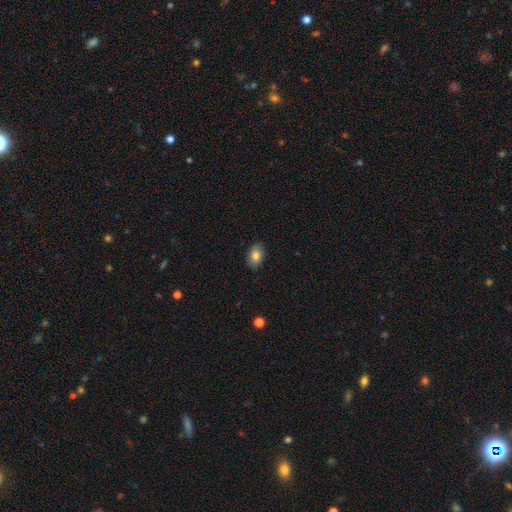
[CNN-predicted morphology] Smooth or featured?
  - smooth: 82% *
  - featured or disk: 10%
  - star or artifact: 8%
How rounded?
  - in between: 86% *
  - round: 12%
  - cigar-shaped: 1%
Merging?
  - none: 86% *
  - minor disturbance: 11%
  - major disturbance: 2%
  - merger: 1%